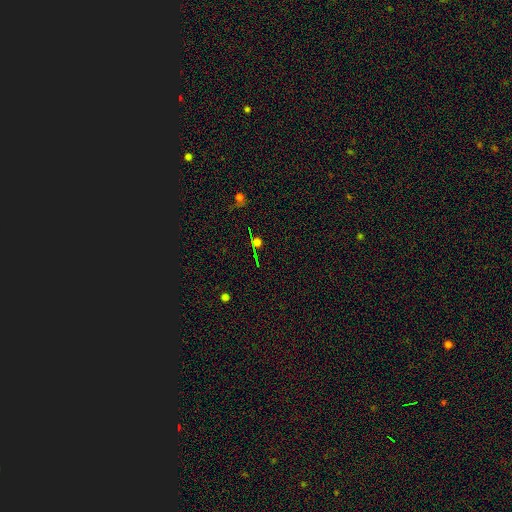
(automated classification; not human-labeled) This appears to be a star or artifact, not a galaxy (65%).